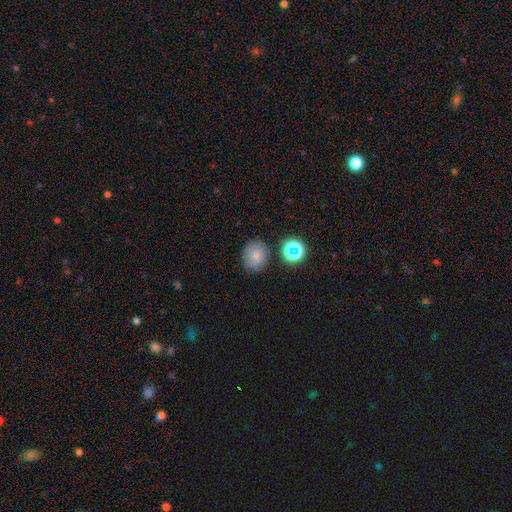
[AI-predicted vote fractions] smooth_or_featured: smooth (p=0.76) [alt: star or artifact p=0.15]
how_rounded: round (p=0.66) [alt: in between p=0.33]
merging: none (p=0.77) [alt: minor disturbance p=0.14]